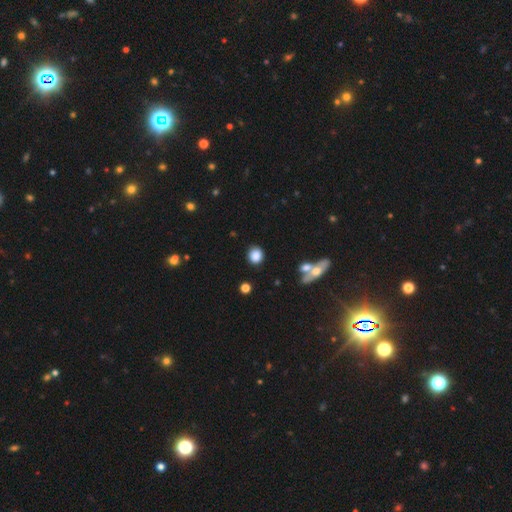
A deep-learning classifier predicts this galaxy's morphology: A smooth galaxy with no disk features (85%) that is round (82%). Merging: none (84%).